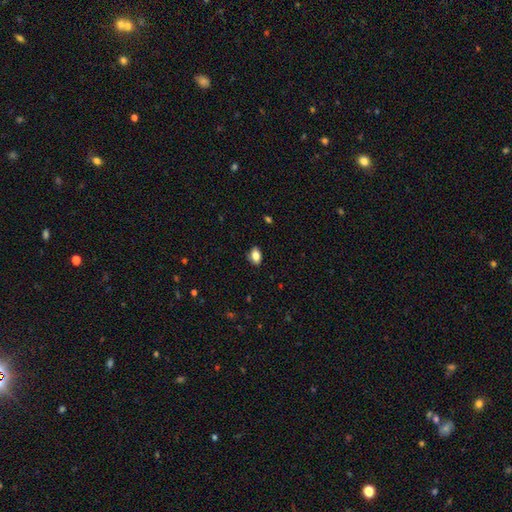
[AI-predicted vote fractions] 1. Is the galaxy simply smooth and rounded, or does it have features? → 82% smooth, 9% featured or disk, 9% star or artifact.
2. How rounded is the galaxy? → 82% in between, 16% round, 2% cigar-shaped.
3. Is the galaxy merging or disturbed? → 85% none, 11% minor disturbance, 2% major disturbance, 1% merger.